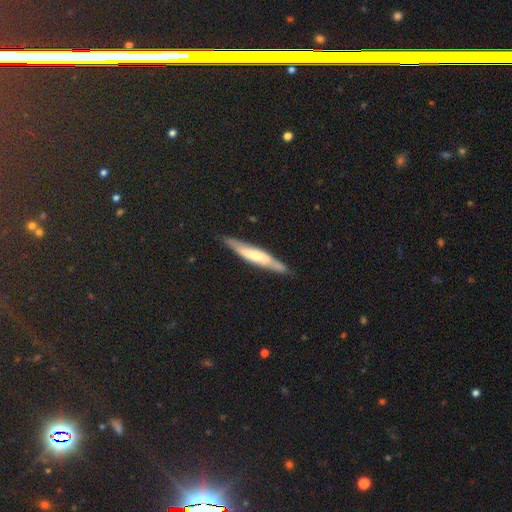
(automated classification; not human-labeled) featured or disk 50%, smooth 44%, star or artifact 6%. Down the decision tree: edge-on disk — yes (77%); merging — none (80%).